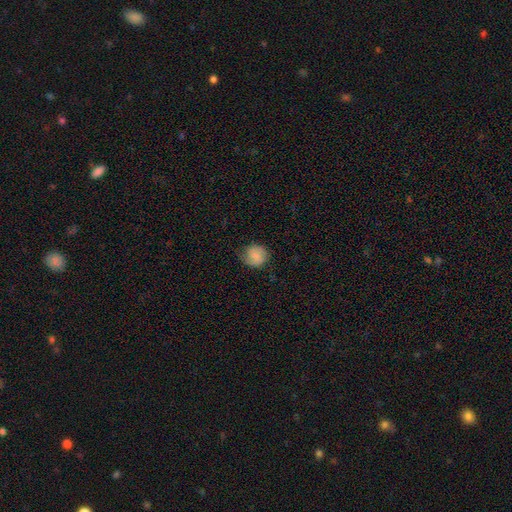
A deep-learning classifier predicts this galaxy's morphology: Smooth or featured: smooth — 75% (featured or disk — 18%)
How rounded: round — 81% (in between — 18%)
Merging: none — 70% (minor disturbance — 23%)